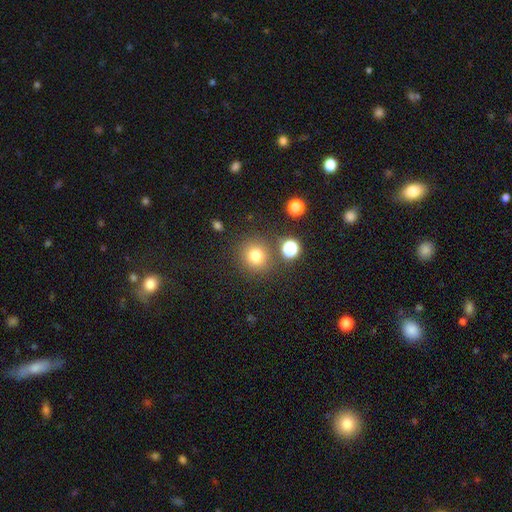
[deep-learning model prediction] Smooth or featured: smooth — 77% (star or artifact — 16%)
How rounded: round — 91% (in between — 8%)
Merging: none — 83% (minor disturbance — 8%)